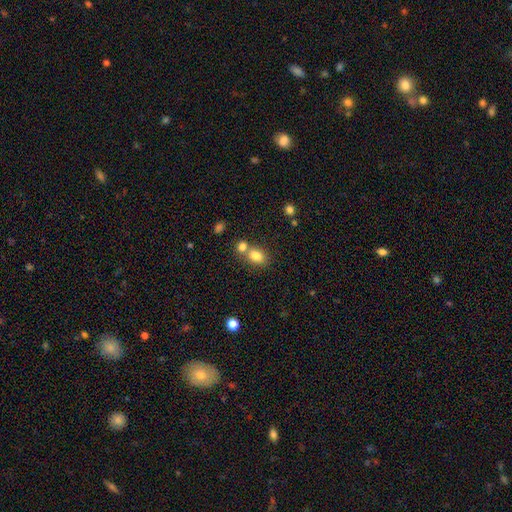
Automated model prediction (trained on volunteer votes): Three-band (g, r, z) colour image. It shows a smooth galaxy with no disk features (81%) that is in between round and cigar-shaped (62%). Merging: none (48%).